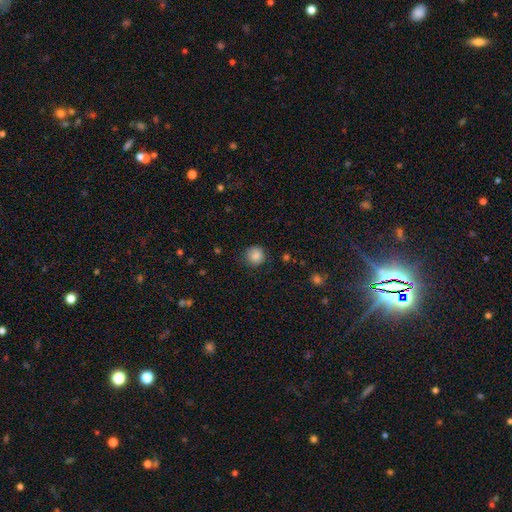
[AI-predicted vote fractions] Morphology: type=smooth (85%); roundness=round (93%); merging=none (83%).